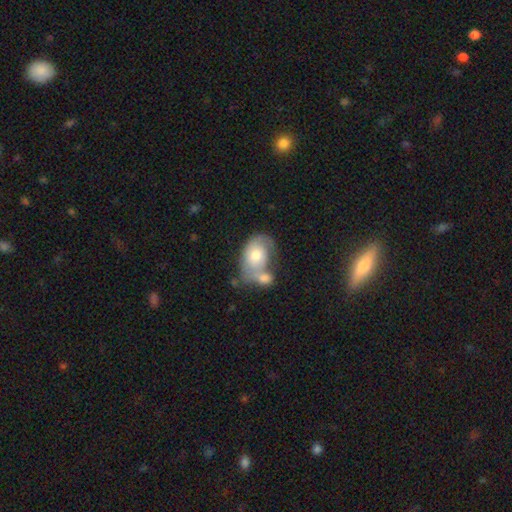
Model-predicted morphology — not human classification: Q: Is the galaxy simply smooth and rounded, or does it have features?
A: smooth — 56%.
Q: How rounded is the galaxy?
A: in between — 76%.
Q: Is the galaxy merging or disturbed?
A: merger — 53%.